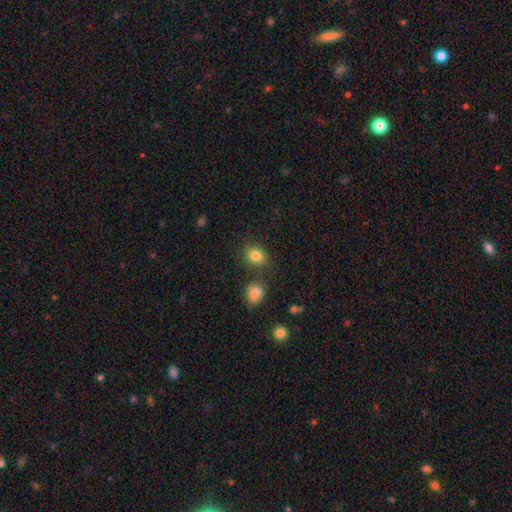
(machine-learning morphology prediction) A smooth galaxy with no disk features (82%) that is in between round and cigar-shaped (55%).

Vote fractions:
- Smooth or featured? smooth: 82% / star or artifact: 11% / featured or disk: 7%
- How rounded? in between: 55% / round: 43% / cigar-shaped: 1%
- Merging? none: 77% / minor disturbance: 12% / merger: 7% / major disturbance: 4%